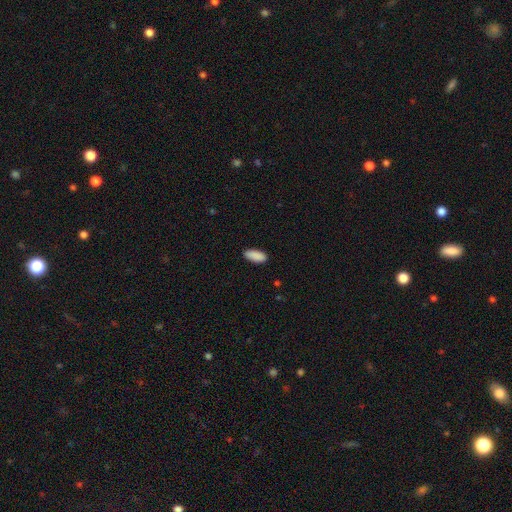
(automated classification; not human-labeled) Overall: smooth (91%). How rounded: in between (84%). Merging: none (87%).